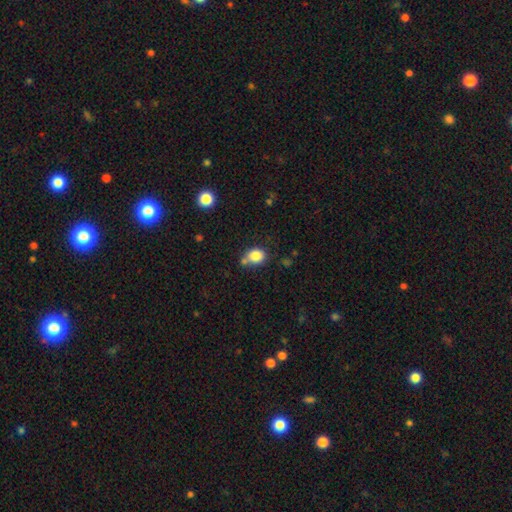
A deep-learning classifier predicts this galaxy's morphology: smooth-or-featured: smooth: 83% | star or artifact: 10% | featured or disk: 7%
  how-rounded: round: 61% | in between: 38% | cigar-shaped: 1%
  merging: none: 61% | merger: 18% | minor disturbance: 17% | major disturbance: 5%